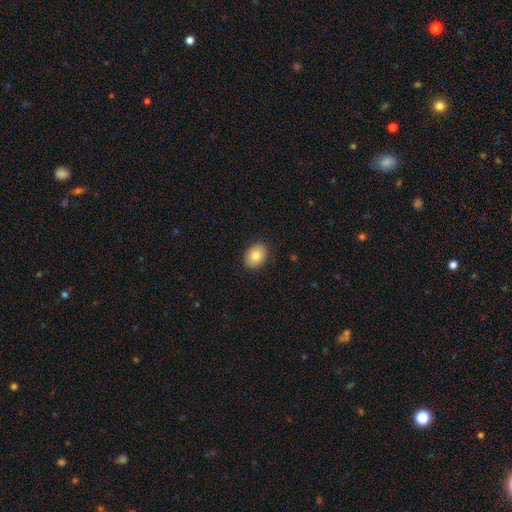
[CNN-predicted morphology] Smooth or featured?
  - smooth: 82% *
  - featured or disk: 10%
  - star or artifact: 8%
How rounded?
  - in between: 63% *
  - round: 37%
  - cigar-shaped: 1%
Merging?
  - none: 89% *
  - minor disturbance: 9%
  - major disturbance: 2%
  - merger: 1%